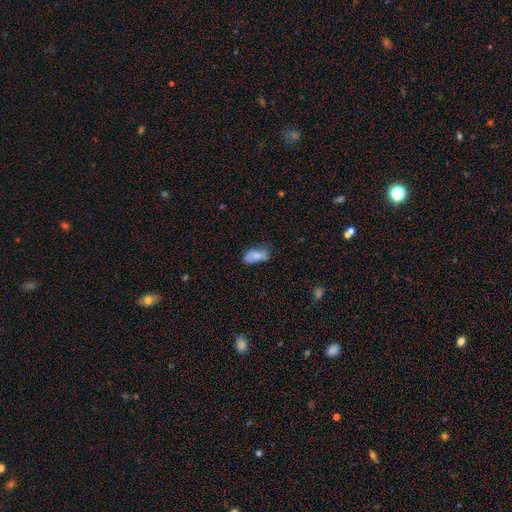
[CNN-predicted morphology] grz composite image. It shows a smooth galaxy with no disk features (74%) that is in between round and cigar-shaped (90%). Merging: none (48%).